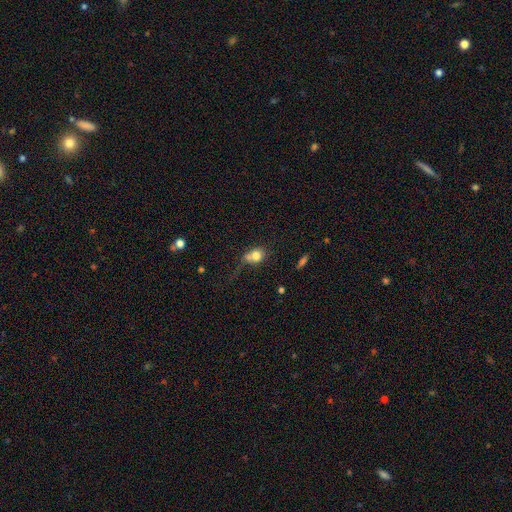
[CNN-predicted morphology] Q: Smooth or featured?
A: smooth (74%); runner-up: featured or disk (15%)
Q: How rounded?
A: round (55%); runner-up: in between (42%)
Q: Merging?
A: merger (32%); runner-up: none (30%)